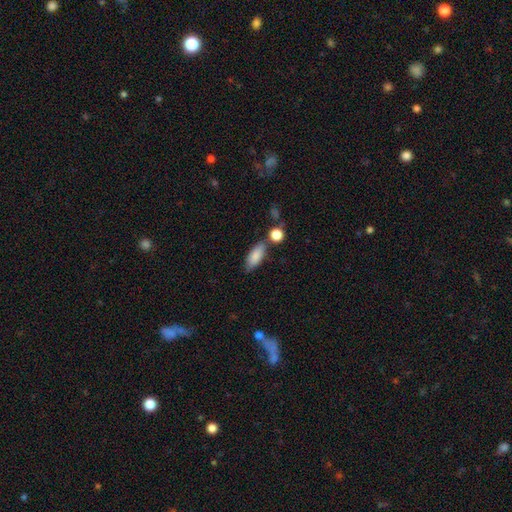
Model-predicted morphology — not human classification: Q: Smooth or featured?
A: smooth (84%); runner-up: featured or disk (9%)
Q: How rounded?
A: in between (80%); runner-up: cigar-shaped (16%)
Q: Merging?
A: none (65%); runner-up: minor disturbance (17%)